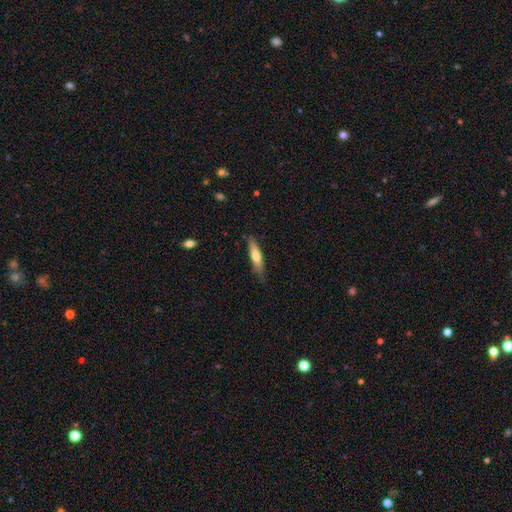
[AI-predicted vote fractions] A smooth galaxy with no disk features (62%) that is cigar-shaped (80%). Merging: none (76%).